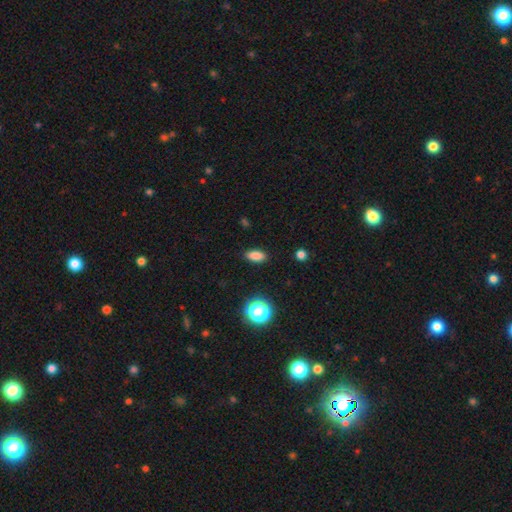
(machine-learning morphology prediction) smooth 83%, star or artifact 12%, featured or disk 5%. Down the decision tree: how rounded — in between (84%); merging — none (88%).